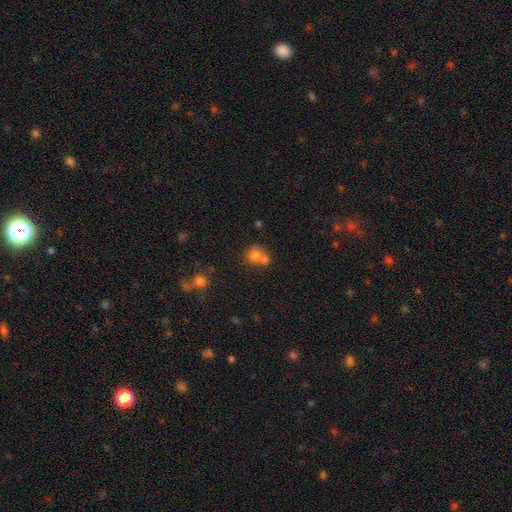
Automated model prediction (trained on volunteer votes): Morphology: type=smooth (73%); roundness=round (72%); merging=merger (55%).